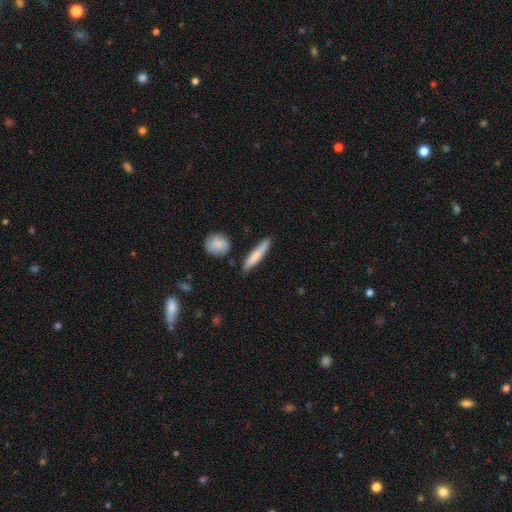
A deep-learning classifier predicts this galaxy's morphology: smooth 77%, featured or disk 18%, star or artifact 6%. Down the decision tree: how rounded — cigar-shaped (87%); merging — none (78%).